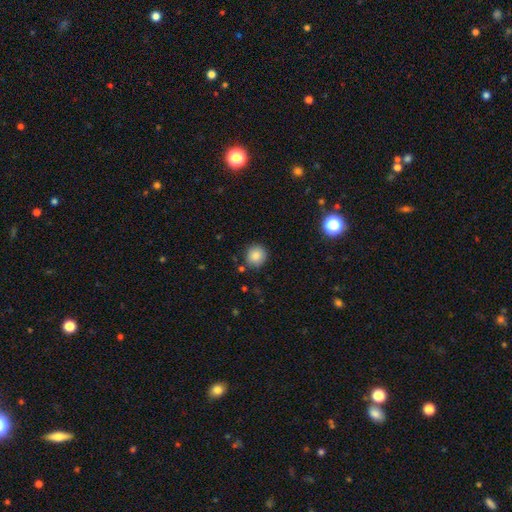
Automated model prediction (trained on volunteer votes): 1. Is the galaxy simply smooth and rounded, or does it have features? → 85% smooth, 10% star or artifact, 5% featured or disk.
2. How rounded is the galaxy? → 90% round, 9% in between, 1% cigar-shaped.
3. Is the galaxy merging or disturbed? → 85% none, 10% minor disturbance, 3% merger, 2% major disturbance.